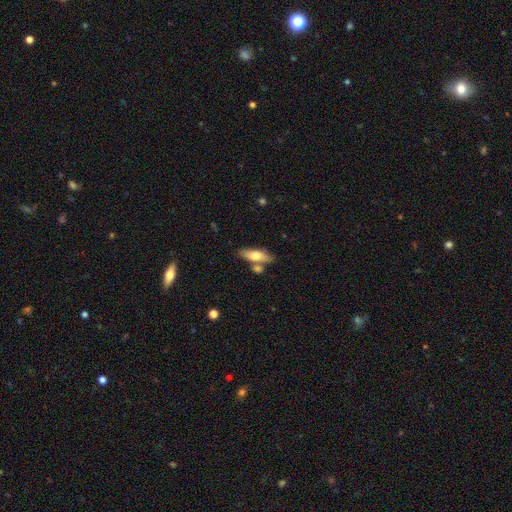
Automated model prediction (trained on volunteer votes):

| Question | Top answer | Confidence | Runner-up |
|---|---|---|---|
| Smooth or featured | smooth | 63% | featured or disk (31%) |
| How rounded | in between | 57% | cigar-shaped (40%) |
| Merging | none | 67% | merger (17%) |